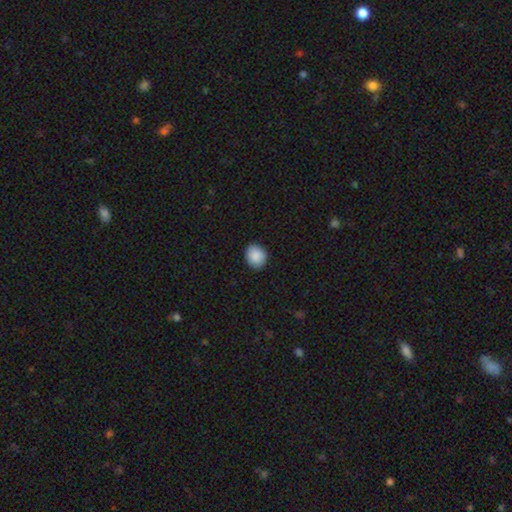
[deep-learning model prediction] Smooth or featured? Predicted: smooth (p=0.89). How rounded? Predicted: round (p=0.63). Merging? Predicted: none (p=0.88).